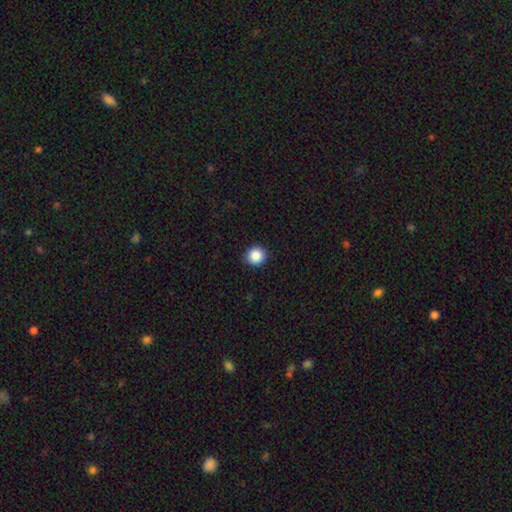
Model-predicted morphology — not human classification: Smooth or featured? smooth (88%)
How rounded? round (93%)
Merging? none (92%)